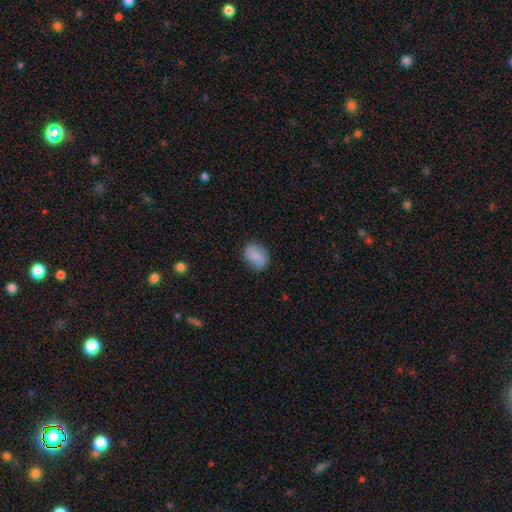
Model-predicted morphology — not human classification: Smooth or featured? smooth (81%)
How rounded? in between (69%)
Merging? none (76%)